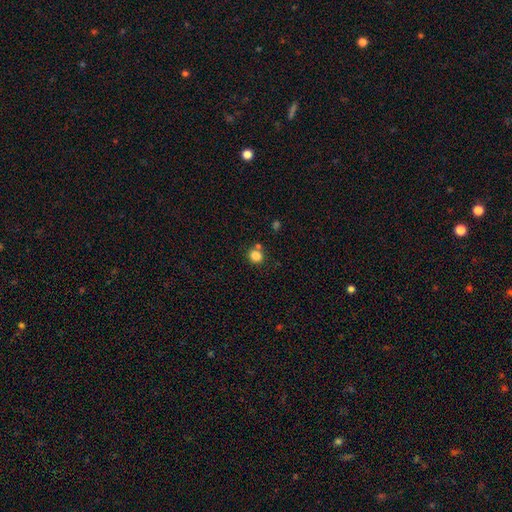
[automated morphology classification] The model was most divided on "merging": none: 71%, merger: 16%, minor disturbance: 10%, major disturbance: 3%. More confident: how rounded — round (83%); smooth or featured — smooth (83%).